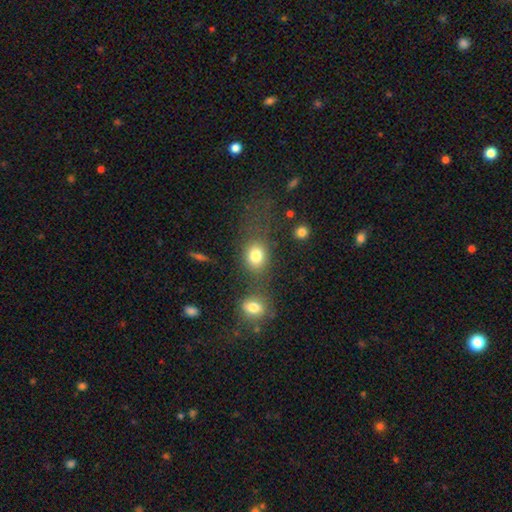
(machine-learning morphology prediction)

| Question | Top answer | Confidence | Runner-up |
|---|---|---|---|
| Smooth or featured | smooth | 80% | star or artifact (11%) |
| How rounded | round | 54% | in between (44%) |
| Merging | none | 54% | merger (24%) |